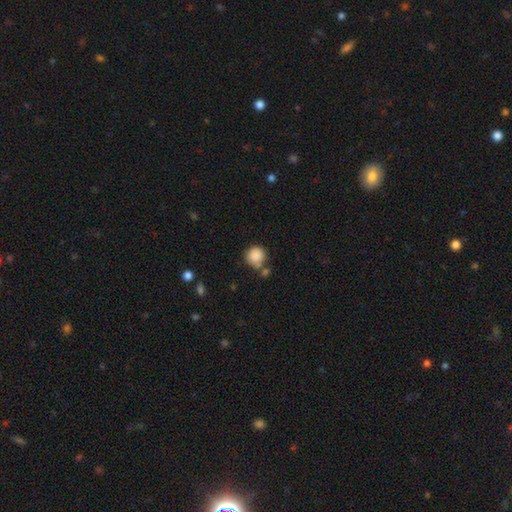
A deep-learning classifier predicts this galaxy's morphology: smooth 87%, star or artifact 8%, featured or disk 4%. Down the decision tree: how rounded — round (90%); merging — none (61%).